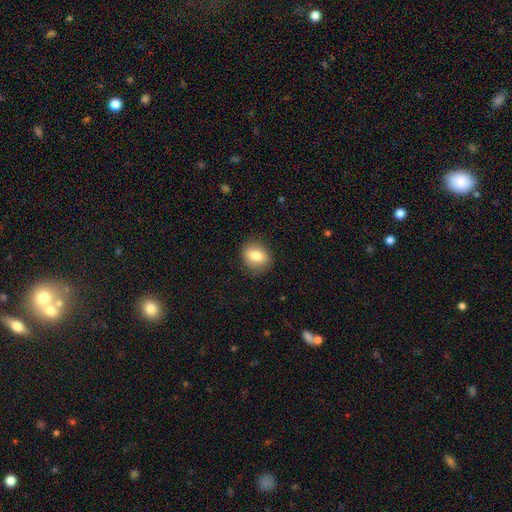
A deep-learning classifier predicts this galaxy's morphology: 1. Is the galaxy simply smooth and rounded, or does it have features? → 80% smooth, 12% featured or disk, 8% star or artifact.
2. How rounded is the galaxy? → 52% in between, 47% round, 1% cigar-shaped.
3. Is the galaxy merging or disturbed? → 84% none, 12% minor disturbance, 3% major disturbance, 1% merger.